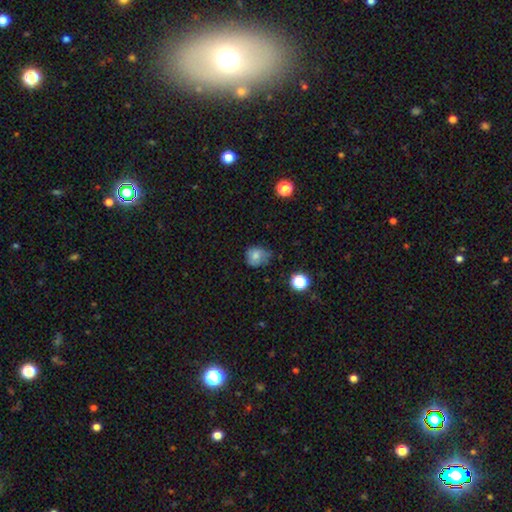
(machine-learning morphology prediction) A smooth galaxy with no disk features (74%) that is round (73%).

Vote fractions:
- Smooth or featured? smooth: 74% / featured or disk: 14% / star or artifact: 12%
- How rounded? round: 73% / in between: 26% / cigar-shaped: 1%
- Merging? none: 49% / minor disturbance: 37% / major disturbance: 12% / merger: 3%